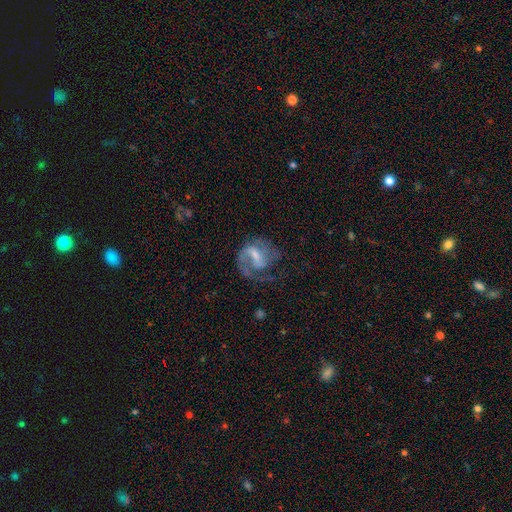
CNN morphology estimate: smooth_or_featured: featured or disk (p=0.79) [alt: smooth p=0.14]
disk_edge_on: no (p=0.98) [alt: yes p=0.02]
bar: weak (p=0.55) [alt: strong p=0.23]
has_spiral_arms: yes (p=0.91) [alt: no p=0.09]
spiral_winding: medium (p=0.48) [alt: loose p=0.26]
spiral_arm_count: 2 (p=0.46) [alt: 1 p=0.36]
bulge_size: small (p=0.43) [alt: moderate p=0.36]
merging: none (p=0.46) [alt: major disturbance p=0.32]